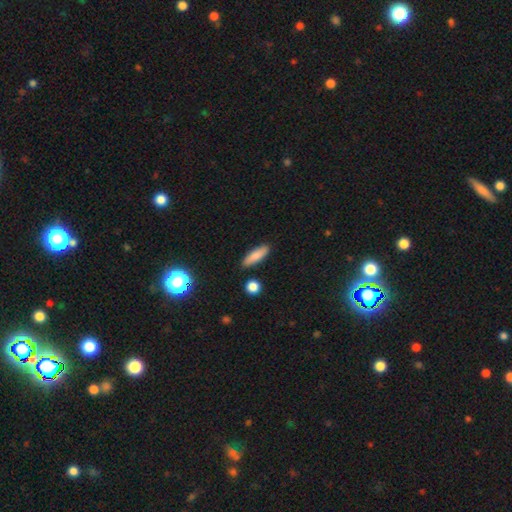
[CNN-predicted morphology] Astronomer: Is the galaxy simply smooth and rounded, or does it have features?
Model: smooth — 81%.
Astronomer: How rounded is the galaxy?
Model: cigar-shaped — 56% (runner-up: in between, 42%).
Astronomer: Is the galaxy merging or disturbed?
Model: none — 86%.